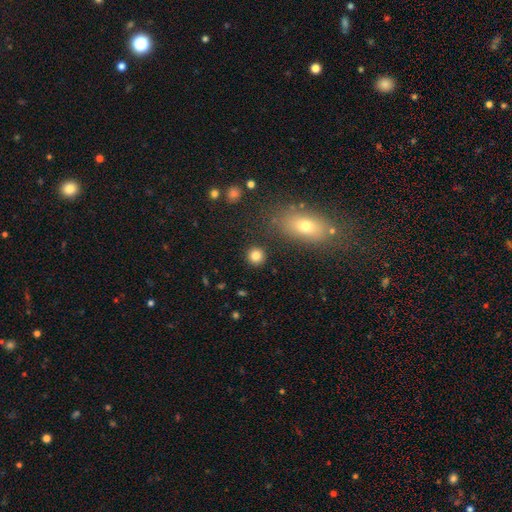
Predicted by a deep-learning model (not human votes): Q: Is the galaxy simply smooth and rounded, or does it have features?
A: smooth — 83%.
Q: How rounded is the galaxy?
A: round — 91%.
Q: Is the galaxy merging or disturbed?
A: none — 89%.